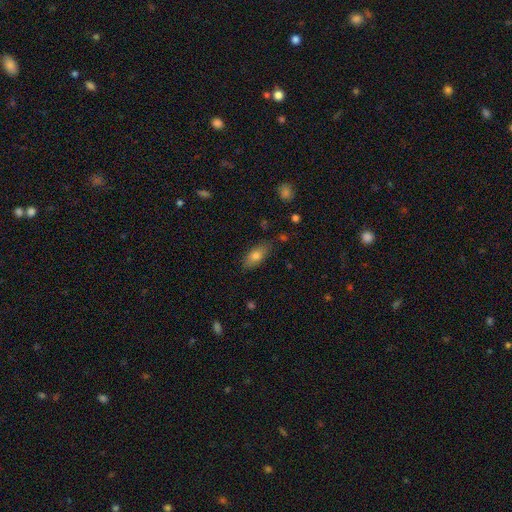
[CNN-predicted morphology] smooth_or_featured: smooth (p=0.76) [alt: featured or disk p=0.16]
how_rounded: in between (p=0.83) [alt: cigar-shaped p=0.13]
merging: none (p=0.80) [alt: minor disturbance p=0.15]